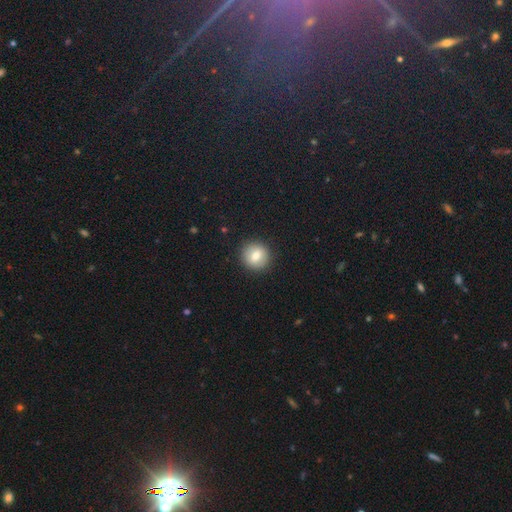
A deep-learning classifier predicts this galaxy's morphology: This appears to be a smooth galaxy with no disk features (77%) that is round (90%). Merging: none (91%).